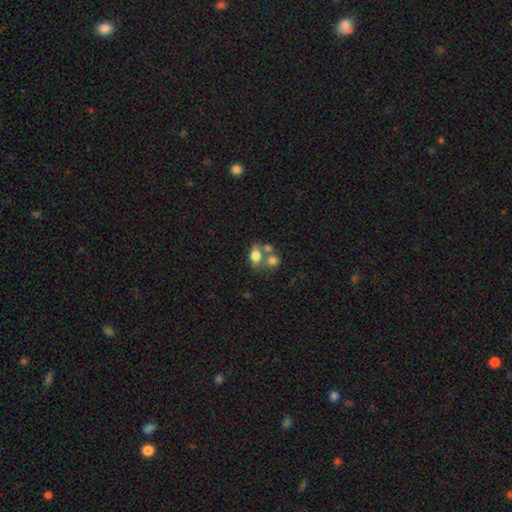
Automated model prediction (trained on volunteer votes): Smooth or featured? smooth (74%)
How rounded? in between (70%)
Merging? merger (45%)